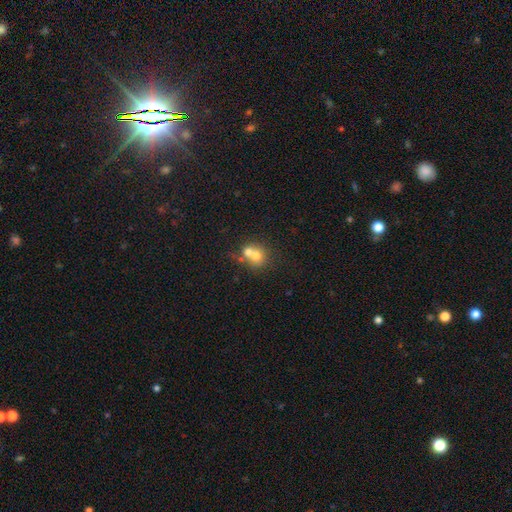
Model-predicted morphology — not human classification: A smooth galaxy with no disk features (66%) that is round (80%).

Vote fractions:
- Smooth or featured? smooth: 66% / featured or disk: 22% / star or artifact: 12%
- How rounded? round: 80% / in between: 19% / cigar-shaped: 1%
- Merging? merger: 60% / none: 30% / minor disturbance: 6% / major disturbance: 3%